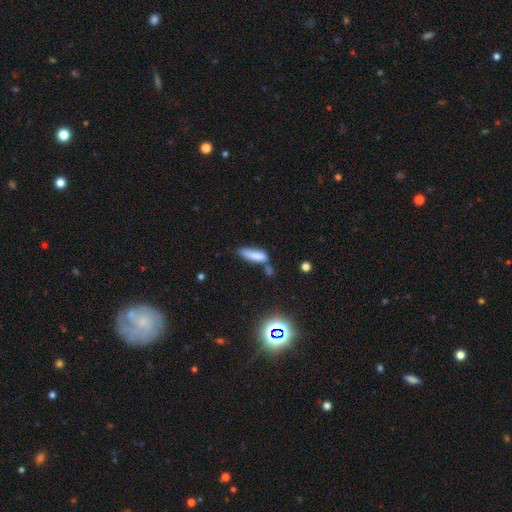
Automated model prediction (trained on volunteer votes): Morphology: type=smooth (78%); roundness=cigar-shaped (56%); merging=none (43%).